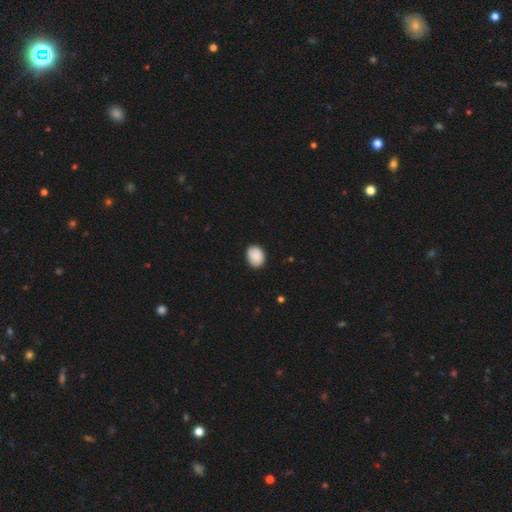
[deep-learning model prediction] smooth 87%, star or artifact 7%, featured or disk 6%. Down the decision tree: how rounded — in between (54%); merging — none (83%).